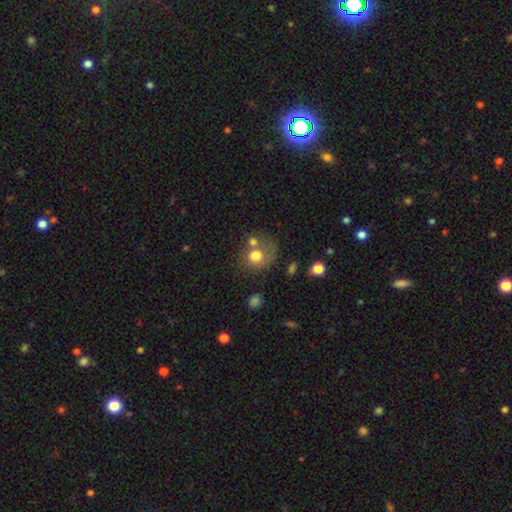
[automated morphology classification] Smooth or featured: smooth — 71% (featured or disk — 19%)
How rounded: round — 74% (in between — 26%)
Merging: none — 40% (merger — 27%)